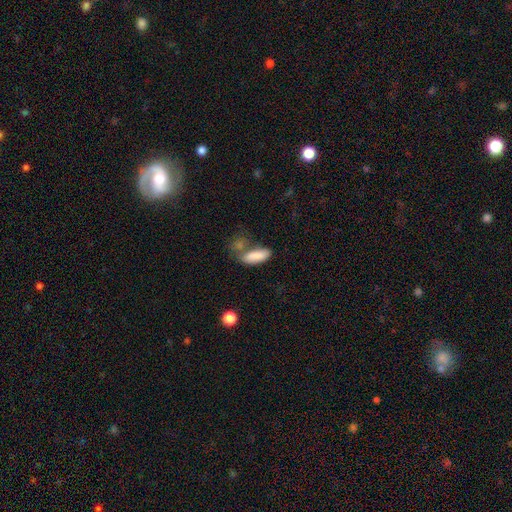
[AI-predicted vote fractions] This is clearly a smooth galaxy (85%). How rounded: likely in between (72%). Merging: marginally none (43%).